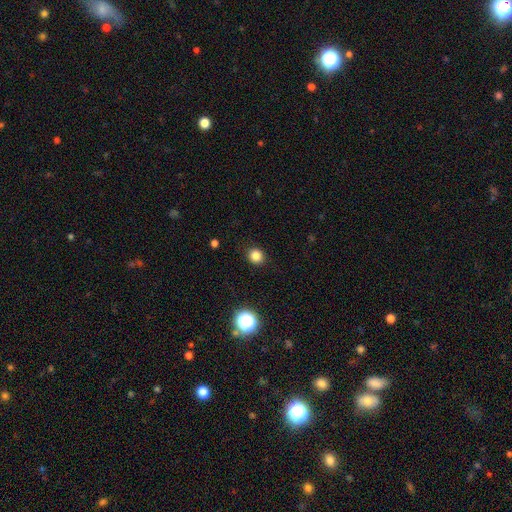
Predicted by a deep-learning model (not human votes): Smooth or featured? Predicted: smooth (p=0.83). How rounded? Predicted: round (p=0.86). Merging? Predicted: none (p=0.90).